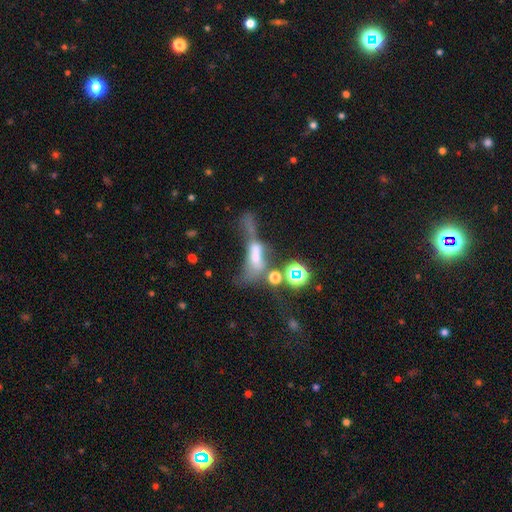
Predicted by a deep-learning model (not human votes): Smooth or featured?
  - smooth: 42% *
  - featured or disk: 37%
  - star or artifact: 21%
Merging?
  - merger: 44% *
  - major disturbance: 32%
  - none: 14%
  - minor disturbance: 10%